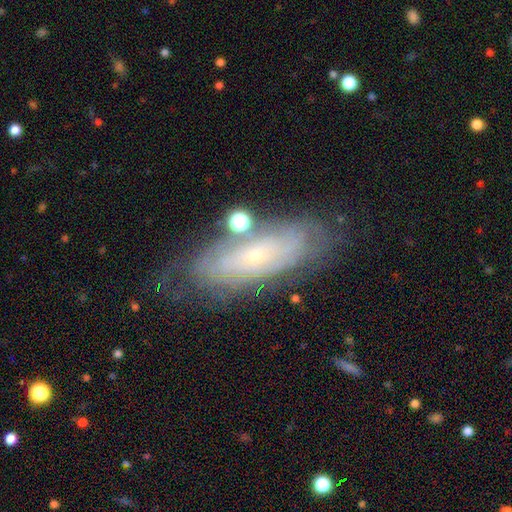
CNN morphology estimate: Q: Smooth or featured?
A: featured or disk (72%); runner-up: smooth (20%)
Q: Edge-on disk?
A: no (85%); runner-up: yes (15%)
Q: Bar?
A: no (81%); runner-up: weak (15%)
Q: Spiral arms?
A: yes (77%); runner-up: no (23%)
Q: Bulge size?
A: small (83%); runner-up: moderate (13%)
Q: Merging?
A: none (68%); runner-up: minor disturbance (20%)